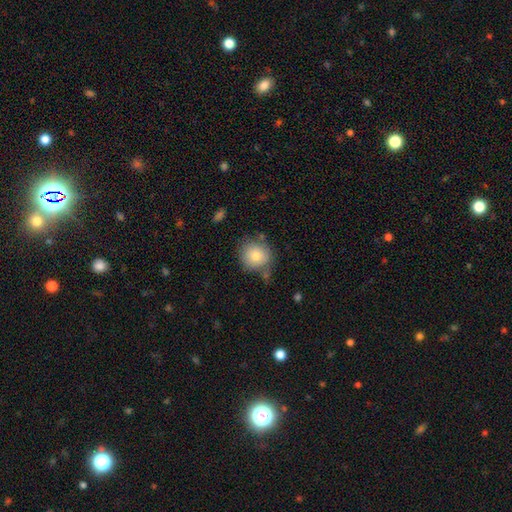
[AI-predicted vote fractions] Overall: smooth (79%). How rounded: round (89%). Merging: none (73%).